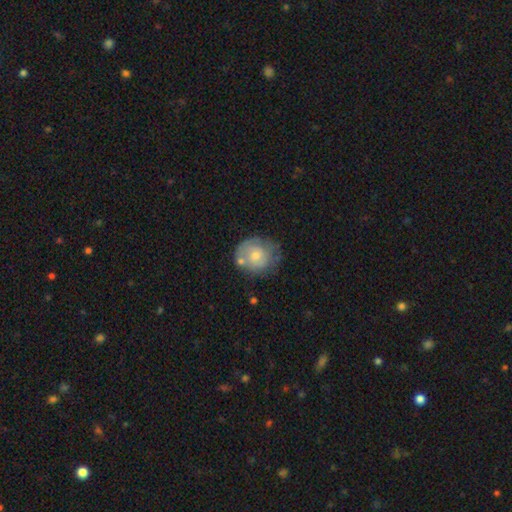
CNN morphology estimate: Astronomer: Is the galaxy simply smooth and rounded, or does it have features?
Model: smooth — 60%.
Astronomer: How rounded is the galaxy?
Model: round — 80%.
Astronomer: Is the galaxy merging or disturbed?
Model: none — 54%.